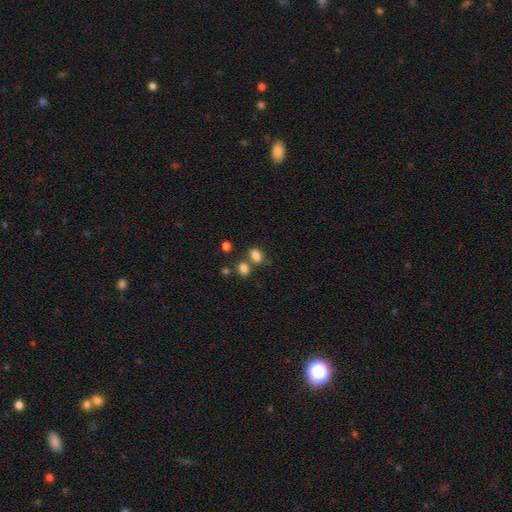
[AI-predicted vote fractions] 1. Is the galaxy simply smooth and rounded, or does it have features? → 83% smooth, 11% star or artifact, 6% featured or disk.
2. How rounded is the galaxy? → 74% in between, 24% round, 1% cigar-shaped.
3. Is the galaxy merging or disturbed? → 58% none, 25% merger, 12% minor disturbance, 4% major disturbance.